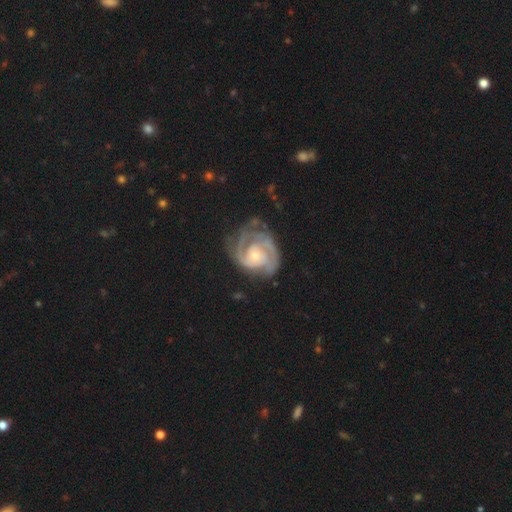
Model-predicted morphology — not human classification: This is clearly a featured or disk galaxy (89%). It is clearly not viewed edge-on (98%). Bar: likely no (67%). Spiral arm pattern: clearly yes (97%). Spiral arm count: possibly 2 (56%). Spiral winding: possibly tight (60%). Central bulge: possibly small (49%). Merging: possibly none (59%).